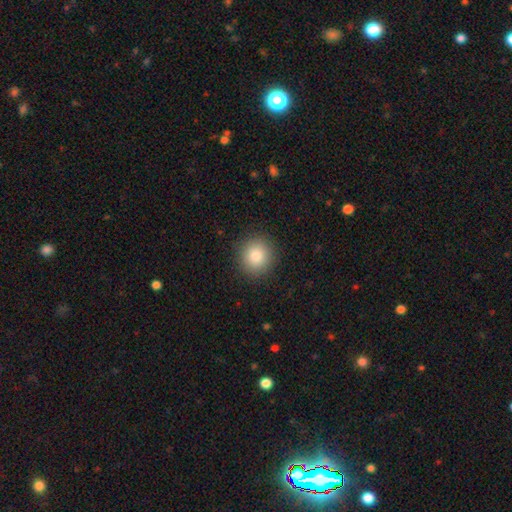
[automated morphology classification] smooth_or_featured: smooth (p=0.85) [alt: star or artifact p=0.09]
how_rounded: round (p=0.90) [alt: in between p=0.09]
merging: none (p=0.91) [alt: minor disturbance p=0.06]